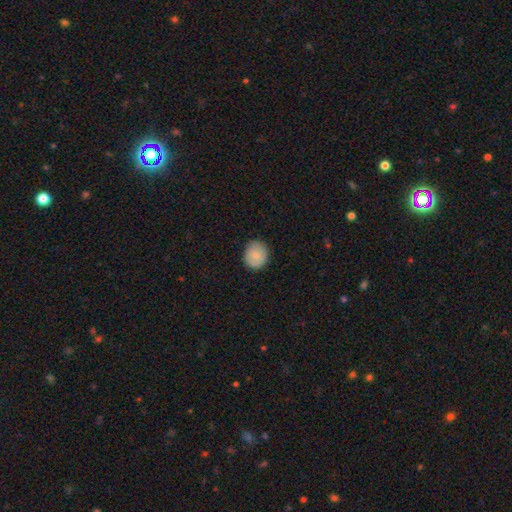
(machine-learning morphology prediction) Smooth or featured? Predicted: smooth (p=0.81). How rounded? Predicted: round (p=0.75). Merging? Predicted: none (p=0.85).